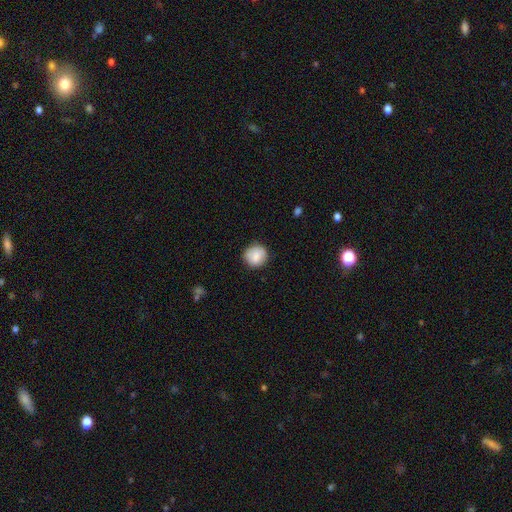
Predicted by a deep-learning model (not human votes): smooth 82%, featured or disk 10%, star or artifact 8%. Down the decision tree: how rounded — round (88%); merging — none (84%).